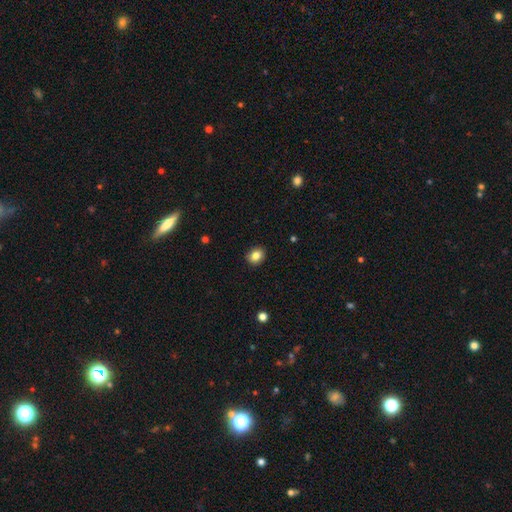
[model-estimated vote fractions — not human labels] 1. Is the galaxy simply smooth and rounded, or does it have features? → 85% smooth, 9% star or artifact, 5% featured or disk.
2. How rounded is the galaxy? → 50% round, 49% in between, 1% cigar-shaped.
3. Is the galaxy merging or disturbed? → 90% none, 8% minor disturbance, 2% major disturbance, 1% merger.